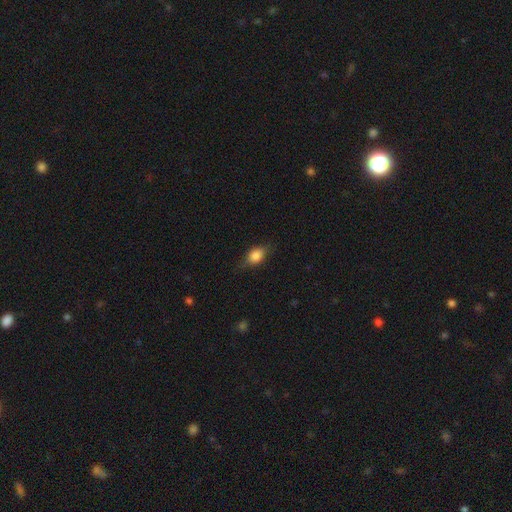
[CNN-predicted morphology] This appears to be a smooth galaxy with no disk features (81%) that is in between round and cigar-shaped (75%). Merging: none (72%).